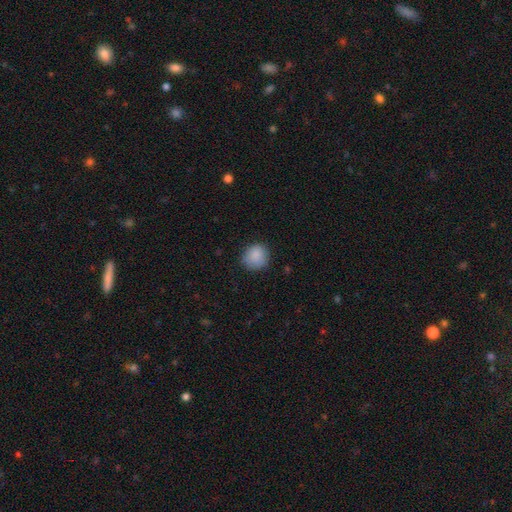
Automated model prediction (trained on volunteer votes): smooth-or-featured: smooth: 88% | star or artifact: 8% | featured or disk: 4%
  how-rounded: round: 86% | in between: 13% | cigar-shaped: 1%
  merging: none: 82% | minor disturbance: 14% | major disturbance: 3% | merger: 1%